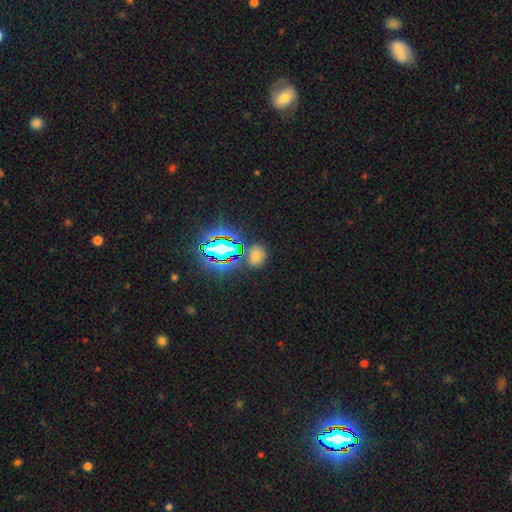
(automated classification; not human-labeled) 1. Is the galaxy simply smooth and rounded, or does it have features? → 51% smooth, 38% star or artifact, 10% featured or disk.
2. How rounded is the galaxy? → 61% round, 37% in between, 2% cigar-shaped.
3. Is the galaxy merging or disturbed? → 77% none, 13% minor disturbance, 5% merger, 5% major disturbance.